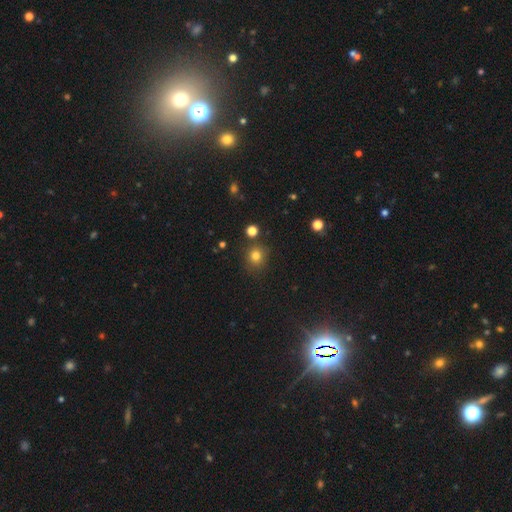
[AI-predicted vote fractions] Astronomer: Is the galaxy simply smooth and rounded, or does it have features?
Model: smooth — 79%.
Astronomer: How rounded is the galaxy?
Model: round — 85%.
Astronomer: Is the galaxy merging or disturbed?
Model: none — 82%.